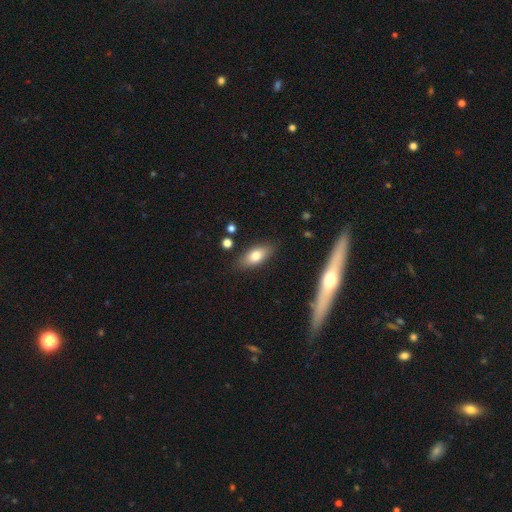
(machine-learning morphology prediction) A smooth galaxy with no disk features (76%) that is in between round and cigar-shaped (84%). Merging: none (83%).